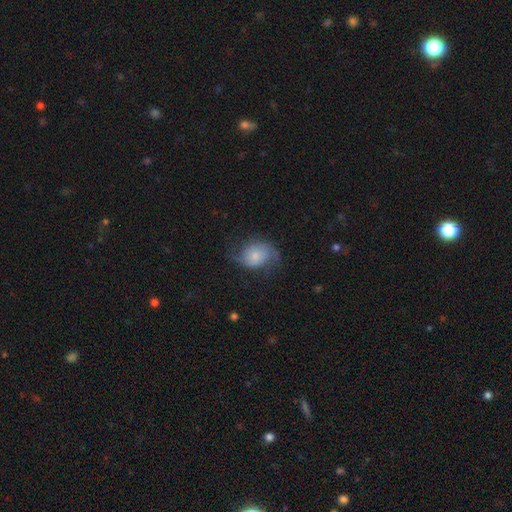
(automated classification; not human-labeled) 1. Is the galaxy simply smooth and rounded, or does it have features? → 53% featured or disk, 39% smooth, 8% star or artifact.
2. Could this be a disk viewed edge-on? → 97% no, 3% yes.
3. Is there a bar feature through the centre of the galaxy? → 74% no, 22% weak, 4% strong.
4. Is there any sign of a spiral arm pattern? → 87% yes, 13% no.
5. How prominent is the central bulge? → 50% small, 29% moderate, 9% none, 8% large, 4% dominant.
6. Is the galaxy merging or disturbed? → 58% none, 24% minor disturbance, 17% major disturbance, 1% merger.